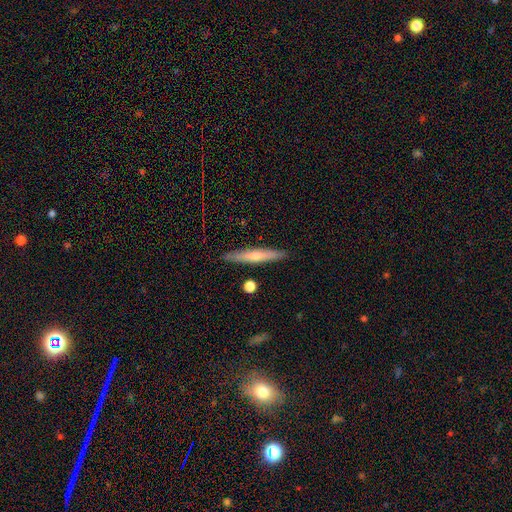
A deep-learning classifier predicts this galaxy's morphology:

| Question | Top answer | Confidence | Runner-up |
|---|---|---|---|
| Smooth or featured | featured or disk | 59% | smooth (32%) |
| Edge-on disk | yes | 95% | no (5%) |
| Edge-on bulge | rounded | 81% | none (15%) |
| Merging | none | 89% | minor disturbance (8%) |